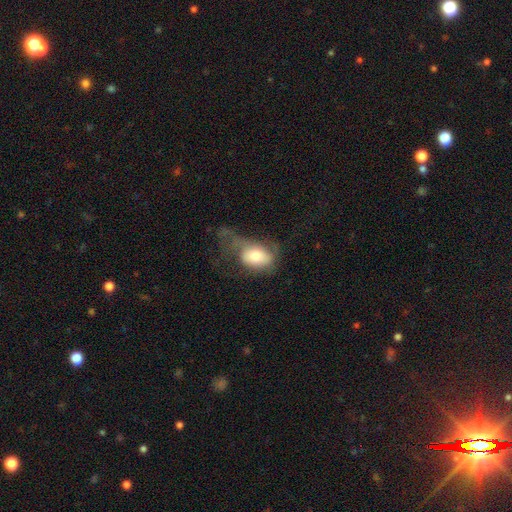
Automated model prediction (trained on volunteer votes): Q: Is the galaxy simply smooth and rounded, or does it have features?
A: smooth — 69%.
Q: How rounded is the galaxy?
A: in between — 77%.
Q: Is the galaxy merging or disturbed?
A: major disturbance — 52%.